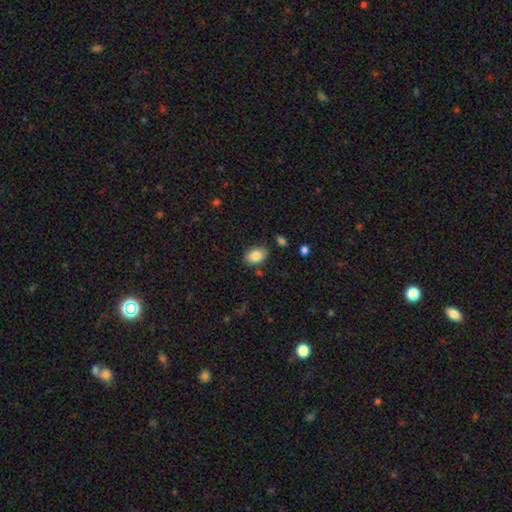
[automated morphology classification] smooth 85%, star or artifact 8%, featured or disk 7%. Down the decision tree: how rounded — in between (87%); merging — none (82%).